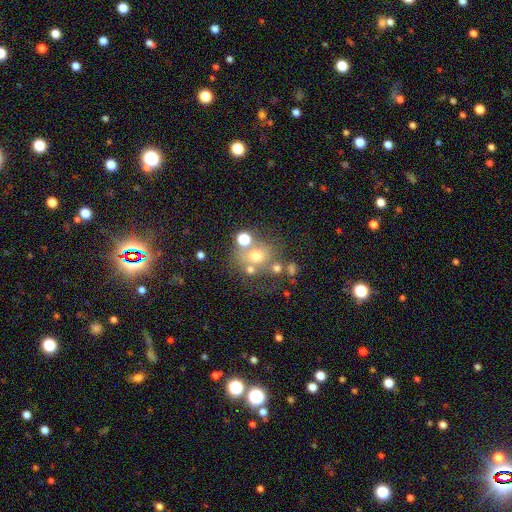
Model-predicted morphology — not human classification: This is possibly a smooth galaxy (53%). How rounded: likely round (73%). Merging: possibly none (49%).